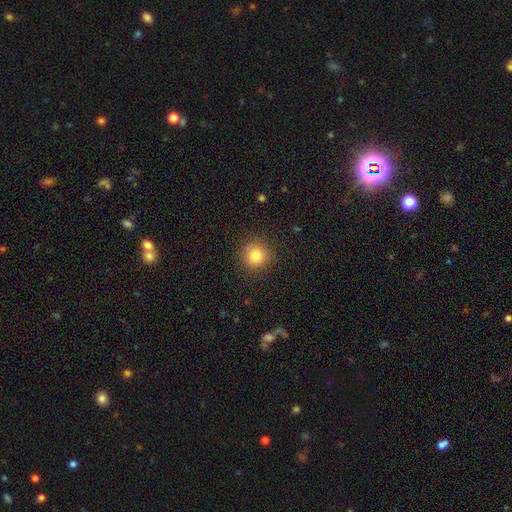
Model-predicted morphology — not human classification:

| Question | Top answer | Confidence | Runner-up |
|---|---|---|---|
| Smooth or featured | smooth | 83% | star or artifact (11%) |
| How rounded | round | 92% | in between (7%) |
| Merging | none | 88% | minor disturbance (8%) |